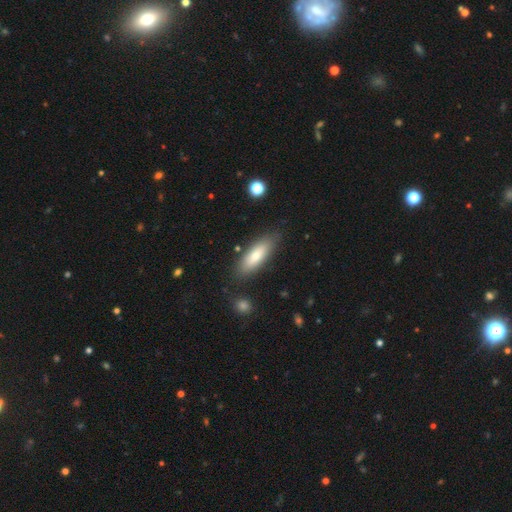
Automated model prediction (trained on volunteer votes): Smooth or featured? Predicted: smooth (p=0.75). How rounded? Predicted: in between (p=0.57). Merging? Predicted: none (p=0.82).